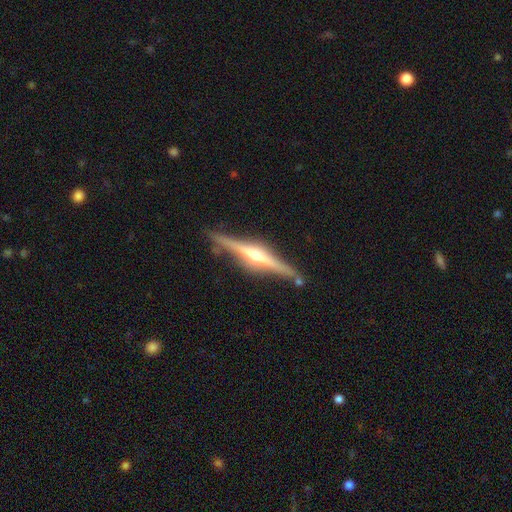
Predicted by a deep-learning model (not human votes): featured or disk 82%, smooth 13%, star or artifact 5%. Down the decision tree: edge-on disk — yes (98%); edge-on bulge — rounded (92%); merging — none (84%).